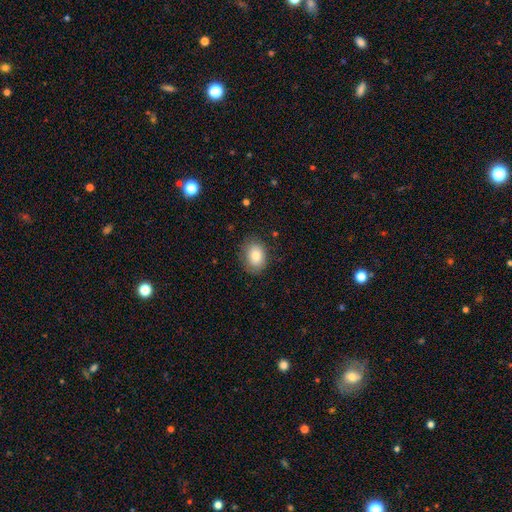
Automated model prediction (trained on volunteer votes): This is clearly a smooth galaxy (83%). How rounded: likely in between (70%). Merging: clearly none (81%).